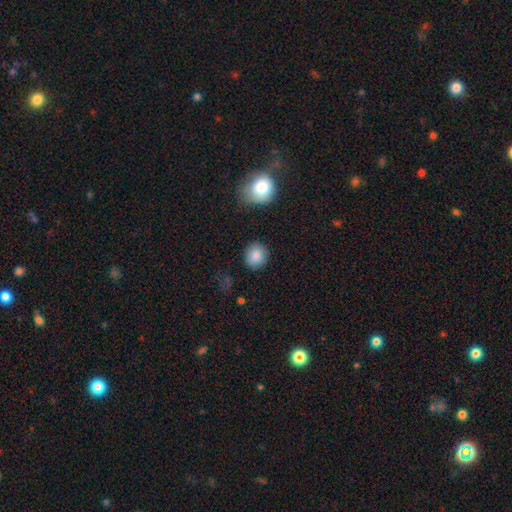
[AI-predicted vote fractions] Smooth or featured: smooth — 87% (star or artifact — 8%)
How rounded: round — 83% (in between — 16%)
Merging: none — 87% (minor disturbance — 8%)